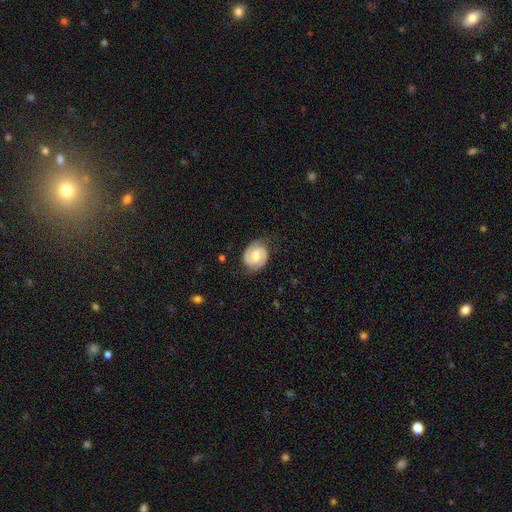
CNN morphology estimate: Smooth or featured? featured or disk (82%)
Edge-on disk? no (98%)
Bar? weak (46%)
Spiral arms? yes (96%)
Spiral winding? tight (50%)
Spiral arm count? 2 (91%)
Bulge size? moderate (69%)
Merging? none (79%)